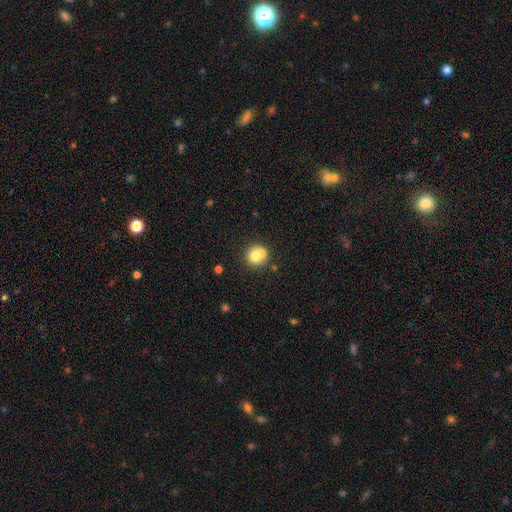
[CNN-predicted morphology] A smooth galaxy with no disk features (73%) that is round (91%). Merging: none (54%).